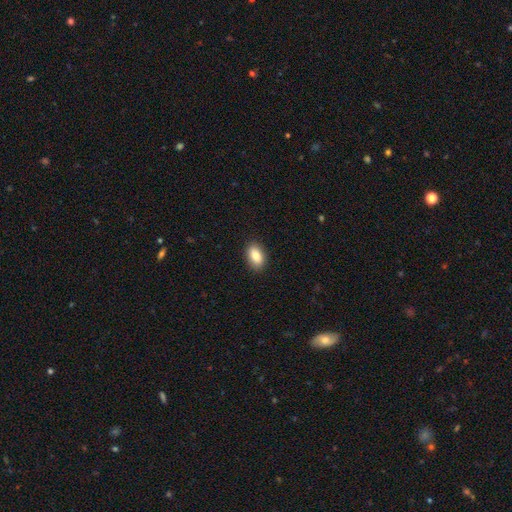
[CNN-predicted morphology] Smooth or featured?
  - smooth: 84% *
  - featured or disk: 8%
  - star or artifact: 7%
How rounded?
  - in between: 90% *
  - round: 8%
  - cigar-shaped: 2%
Merging?
  - none: 89% *
  - minor disturbance: 8%
  - major disturbance: 2%
  - merger: 1%